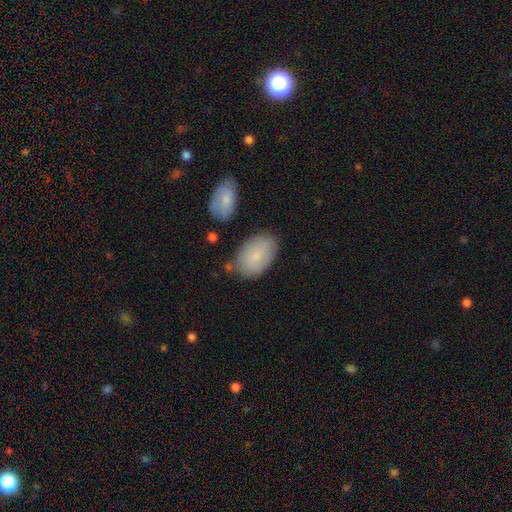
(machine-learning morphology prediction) smooth_or_featured: smooth (p=0.77) [alt: featured or disk p=0.17]
how_rounded: in between (p=0.92) [alt: round p=0.07]
merging: none (p=0.75) [alt: minor disturbance p=0.17]